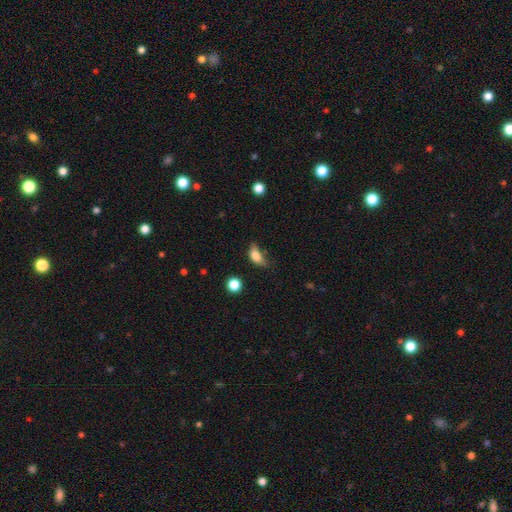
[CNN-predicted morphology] smooth_or_featured: smooth (p=0.78) [alt: featured or disk p=0.12]
how_rounded: in between (p=0.82) [alt: round p=0.10]
merging: minor disturbance (p=0.41) [alt: none p=0.34]